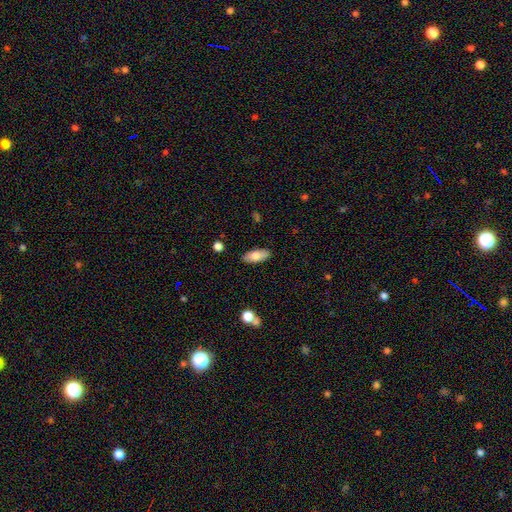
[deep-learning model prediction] Smooth or featured? smooth (77%)
How rounded? in between (83%)
Merging? none (88%)